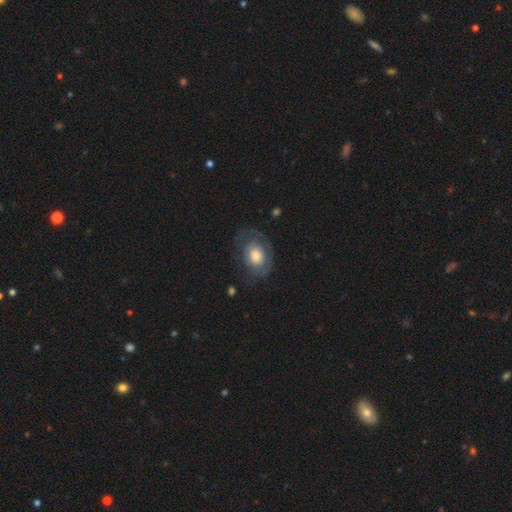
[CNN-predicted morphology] featured or disk 49%, smooth 44%, star or artifact 7%. Down the decision tree: merging — none (60%).